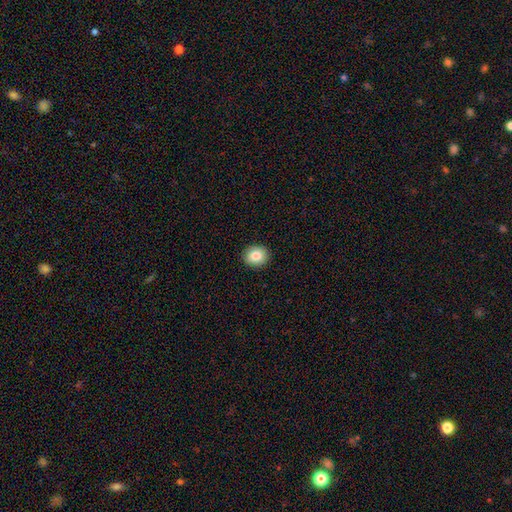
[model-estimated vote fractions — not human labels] Smooth or featured: smooth — 84% (star or artifact — 9%)
How rounded: round — 71% (in between — 28%)
Merging: none — 91% (minor disturbance — 6%)